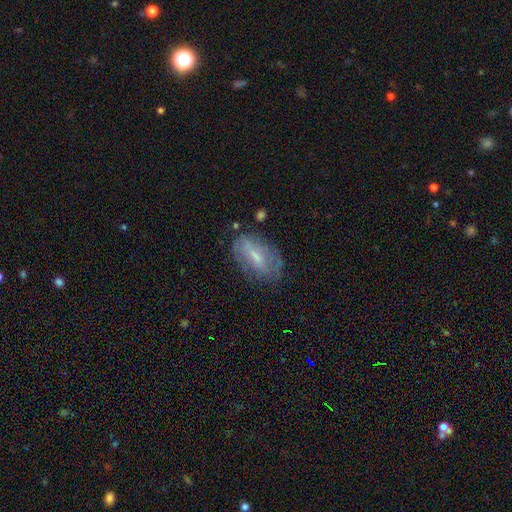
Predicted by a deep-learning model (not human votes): Morphology: type=featured or disk (47%); merging=none (64%).